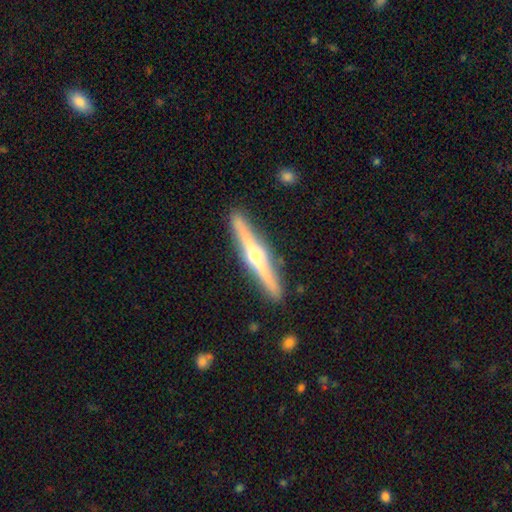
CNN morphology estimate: This appears to be a featured or disk galaxy (76%) viewed edge-on (98%) with a rounded central bulge (95%). Merging: none (91%).